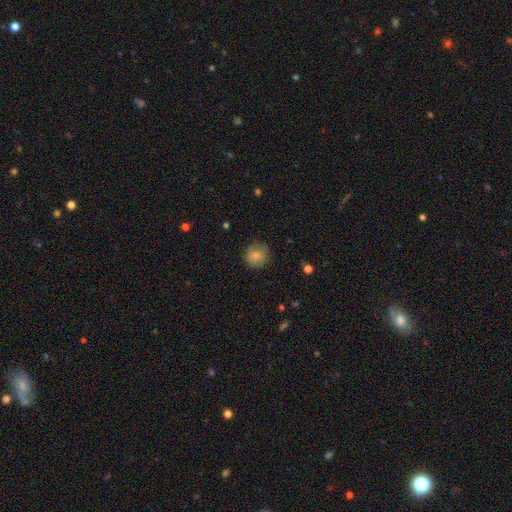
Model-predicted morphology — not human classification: Q: Smooth or featured?
A: smooth (79%); runner-up: featured or disk (13%)
Q: How rounded?
A: round (88%); runner-up: in between (12%)
Q: Merging?
A: none (74%); runner-up: minor disturbance (19%)